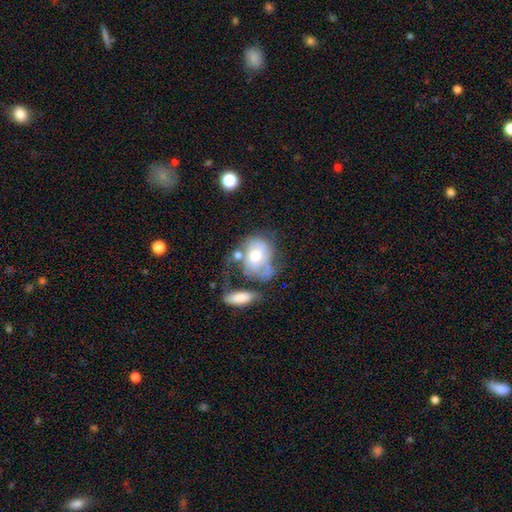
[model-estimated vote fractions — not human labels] smooth_or_featured: featured or disk (p=0.55) [alt: smooth p=0.38]
disk_edge_on: no (p=0.95) [alt: yes p=0.05]
bar: no (p=0.76) [alt: weak p=0.19]
has_spiral_arms: yes (p=0.59) [alt: no p=0.41]
bulge_size: moderate (p=0.63) [alt: large p=0.24]
merging: merger (p=0.29) [tied with: major disturbance p=0.29]